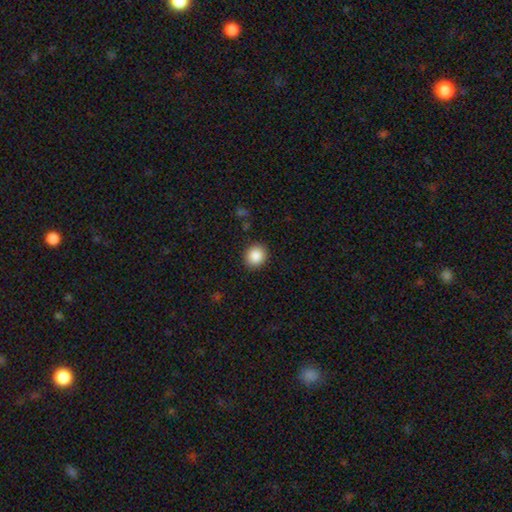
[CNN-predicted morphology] Q: Smooth or featured?
A: smooth (87%); runner-up: star or artifact (9%)
Q: How rounded?
A: round (87%); runner-up: in between (12%)
Q: Merging?
A: none (91%); runner-up: minor disturbance (6%)